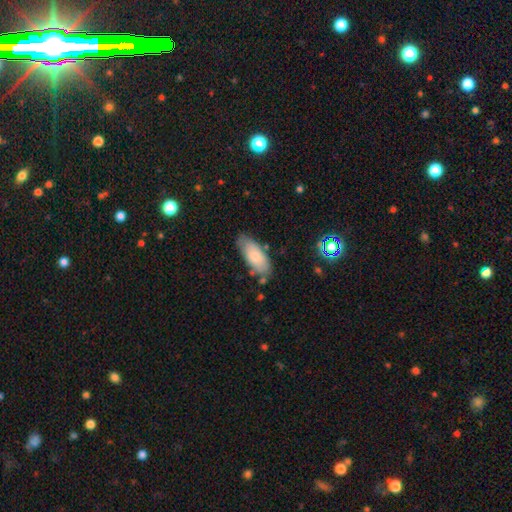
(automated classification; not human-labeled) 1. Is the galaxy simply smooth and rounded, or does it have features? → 76% smooth, 17% featured or disk, 7% star or artifact.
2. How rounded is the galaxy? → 85% in between, 13% cigar-shaped, 2% round.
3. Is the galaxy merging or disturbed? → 73% none, 20% minor disturbance, 4% major disturbance, 4% merger.